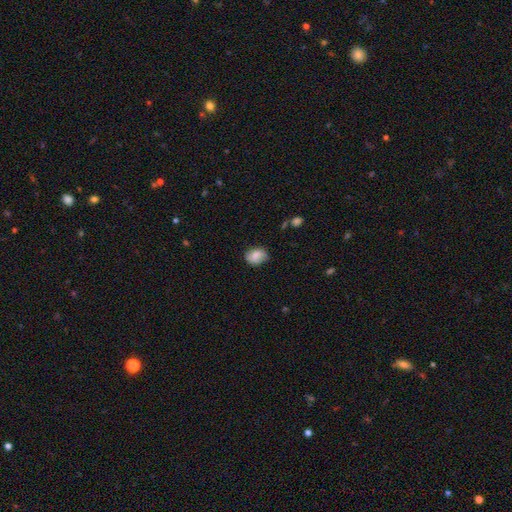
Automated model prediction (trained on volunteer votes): A smooth galaxy with no disk features (75%) that is in between round and cigar-shaped (56%). Merging: none (73%).